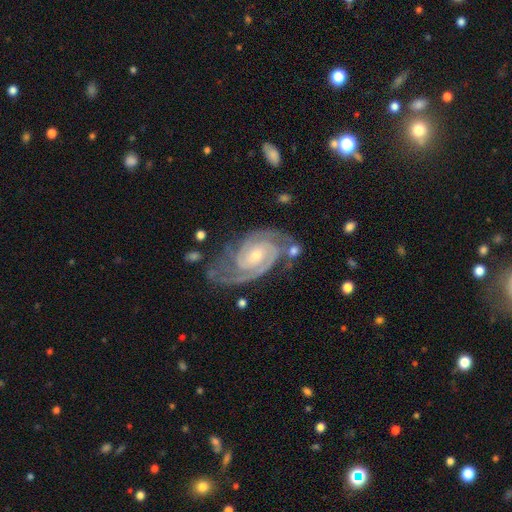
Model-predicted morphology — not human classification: Overall: featured or disk (93%). Edge-on disk: no (97%). Bar: no (53%; weak 34%). Spiral arms: yes (99%). Spiral arm count: 2 (83%). Spiral winding: tight (68%; medium 29%). Bulge size: small (58%; moderate 37%). Merging: none (67%).